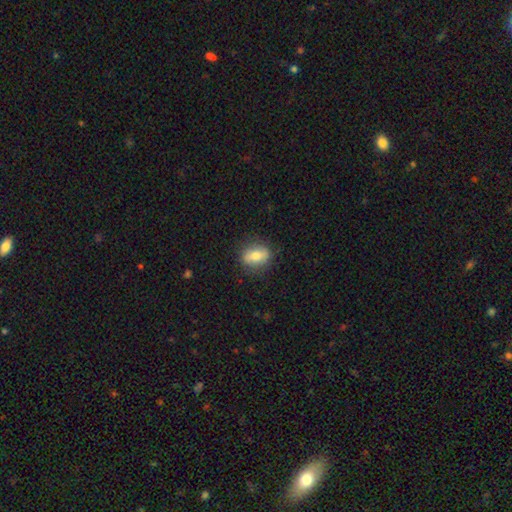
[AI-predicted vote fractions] This appears to be a smooth galaxy with no disk features (69%) that is in between round and cigar-shaped (66%). Merging: none (84%).